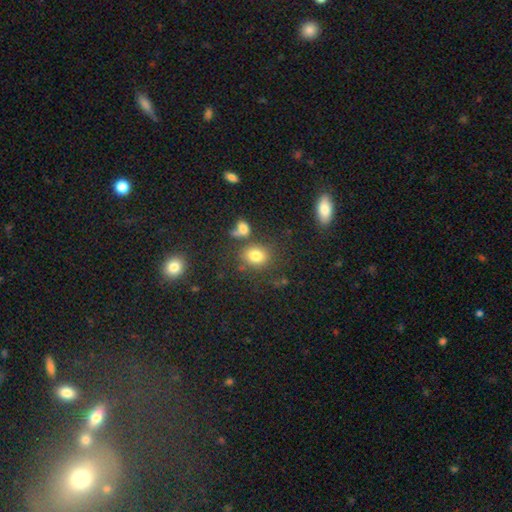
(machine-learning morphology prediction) Overall: smooth (77%). How rounded: round (59%; in between 40%). Merging: none (66%).